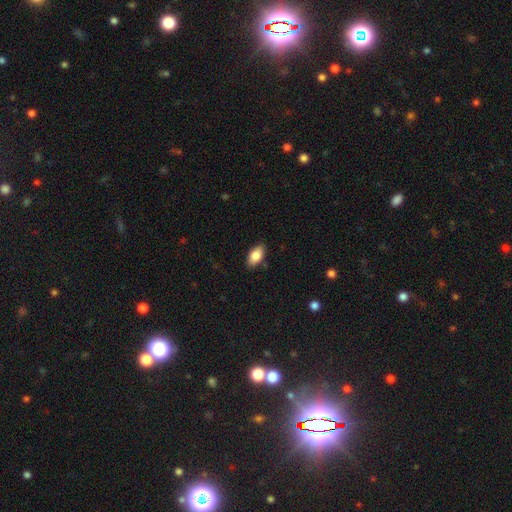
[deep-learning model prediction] Q: Smooth or featured?
A: smooth (84%); runner-up: featured or disk (10%)
Q: How rounded?
A: in between (93%); runner-up: round (4%)
Q: Merging?
A: none (87%); runner-up: minor disturbance (10%)